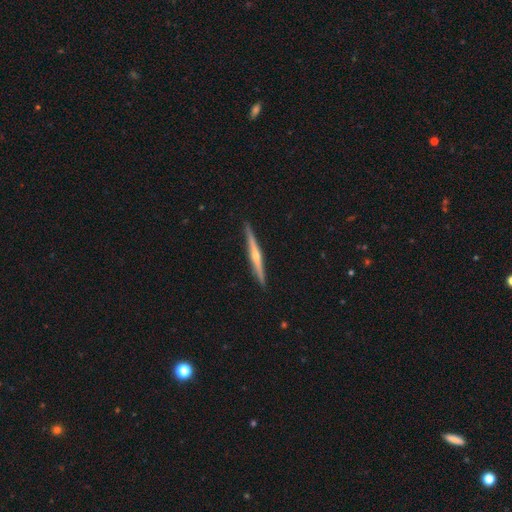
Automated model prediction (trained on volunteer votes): Morphology: type=featured or disk (74%); edge-on=yes (98%); edge-on bulge=rounded (81%); merging=none (91%).